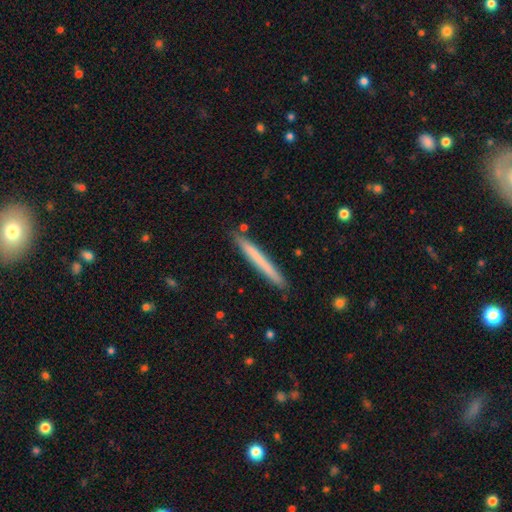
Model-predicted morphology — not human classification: smooth 64%, featured or disk 31%, star or artifact 5%. Down the decision tree: how rounded — cigar-shaped (97%); merging — none (88%).